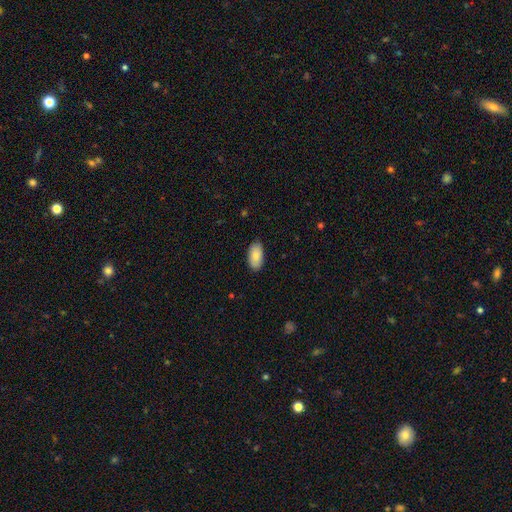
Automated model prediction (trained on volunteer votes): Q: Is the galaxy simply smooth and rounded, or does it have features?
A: smooth — 81%.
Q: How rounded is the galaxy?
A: in between — 95%.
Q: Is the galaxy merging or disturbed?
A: none — 86%.